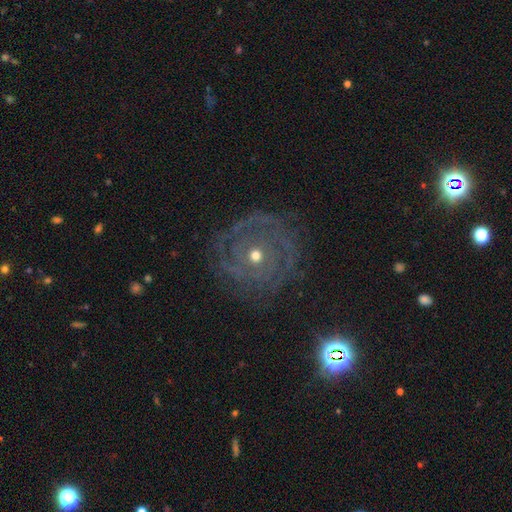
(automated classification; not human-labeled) smooth-or-featured: featured or disk: 77% | smooth: 14% | star or artifact: 9%
  disk-edge-on: no: 97% | yes: 3%
    bar: no: 86% | weak: 11% | strong: 3%
    has-spiral-arms: yes: 79% | no: 21%
      spiral-winding: tight: 69% | medium: 22% | loose: 8%
      spiral-arm-count: can't tell: 41% | 2: 20% | 3: 15% | 4: 9% | more than 4: 8% | 1: 7%
    bulge-size: moderate: 48% (tied) | small: 48% (tied) | large: 2% | none: 1% | dominant: 1%
  merging: none: 72% | minor disturbance: 15% | major disturbance: 11% | merger: 2%